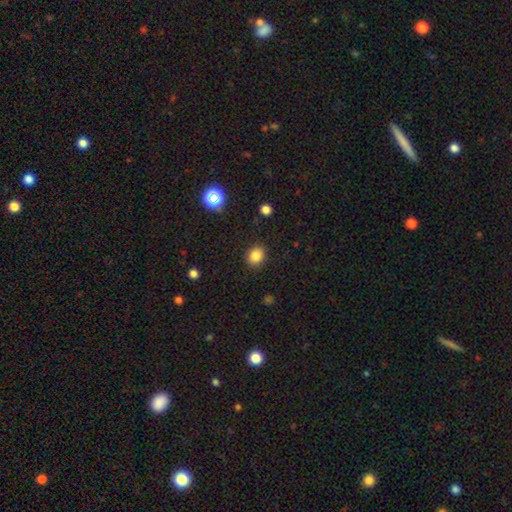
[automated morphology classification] This appears to be a smooth galaxy with no disk features (84%) that is round (62%). Merging: none (88%).